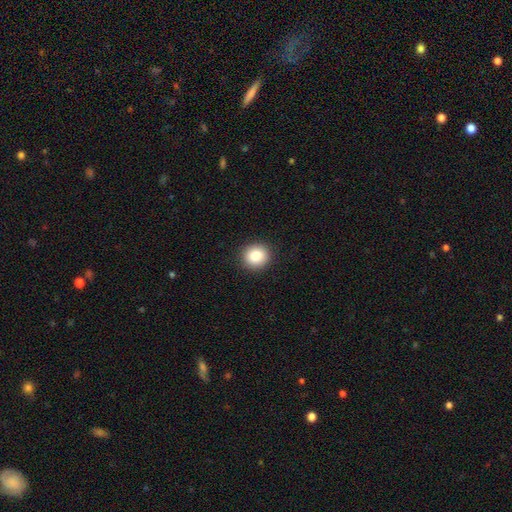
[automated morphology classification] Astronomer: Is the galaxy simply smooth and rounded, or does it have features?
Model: smooth — 85%.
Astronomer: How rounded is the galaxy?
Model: round — 87%.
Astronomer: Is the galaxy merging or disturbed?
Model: none — 92%.